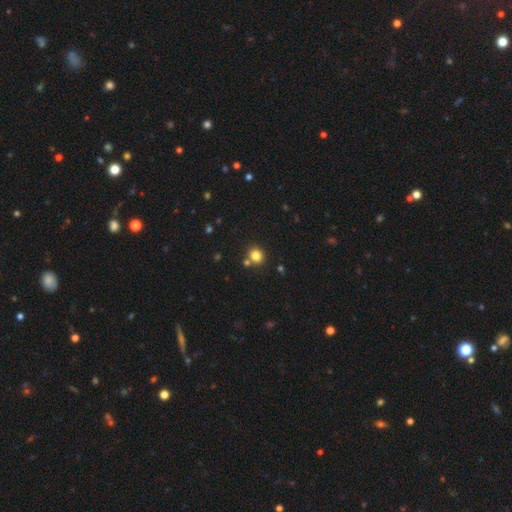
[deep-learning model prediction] Overall: smooth (81%). How rounded: round (76%). Merging: none (74%).